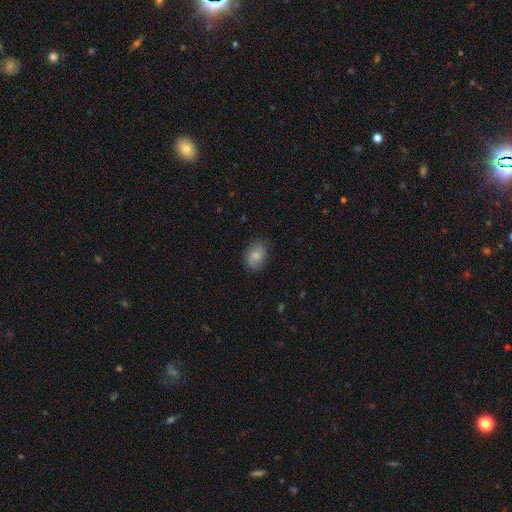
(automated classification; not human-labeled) Overall: smooth (77%). How rounded: in between (67%; round 32%). Merging: none (78%).